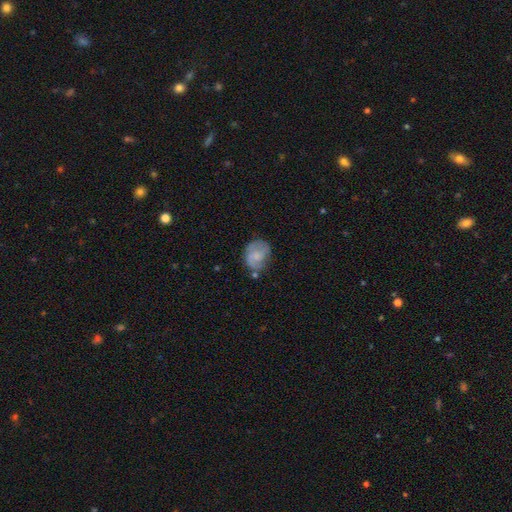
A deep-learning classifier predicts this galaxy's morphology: Q: Smooth or featured?
A: featured or disk (48%); runner-up: smooth (44%)
Q: Merging?
A: none (53%); runner-up: minor disturbance (28%)